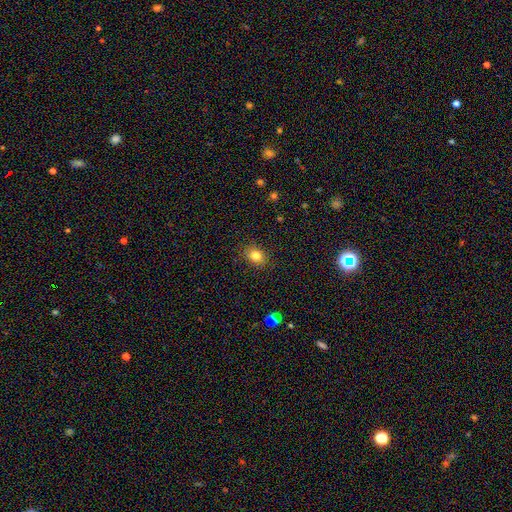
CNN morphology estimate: Q: Smooth or featured?
A: smooth (82%); runner-up: star or artifact (11%)
Q: How rounded?
A: in between (51%); runner-up: round (48%)
Q: Merging?
A: none (87%); runner-up: minor disturbance (9%)